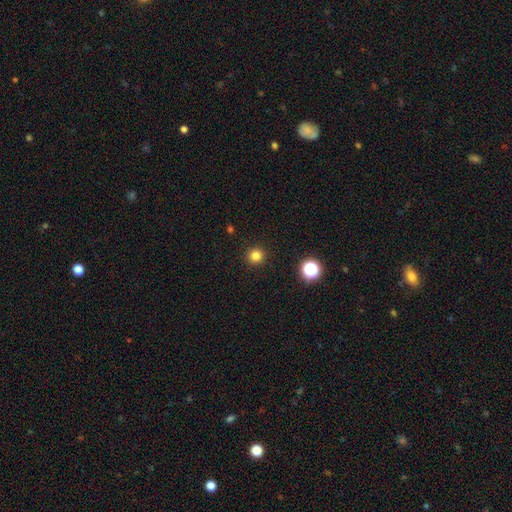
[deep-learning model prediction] Morphology: type=smooth (81%); roundness=round (95%); merging=none (93%).